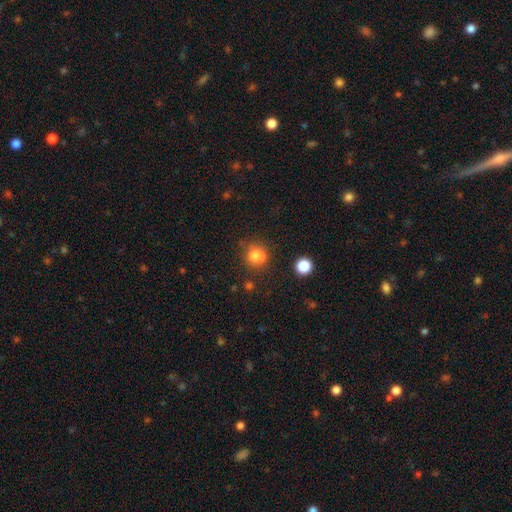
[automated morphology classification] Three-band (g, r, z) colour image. It shows a smooth galaxy with no disk features (77%) that is round (85%). Merging: none (66%).